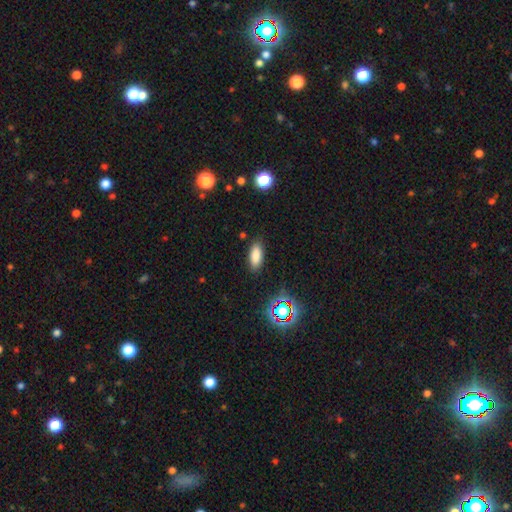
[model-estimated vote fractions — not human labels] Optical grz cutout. It shows a smooth galaxy with no disk features (83%) that is in between round and cigar-shaped (83%). Merging: none (86%).